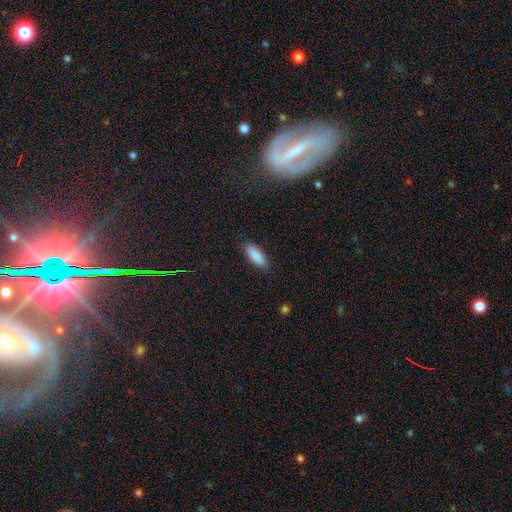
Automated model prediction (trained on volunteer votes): A smooth galaxy with no disk features (89%) that is in between round and cigar-shaped (69%). Merging: none (87%).